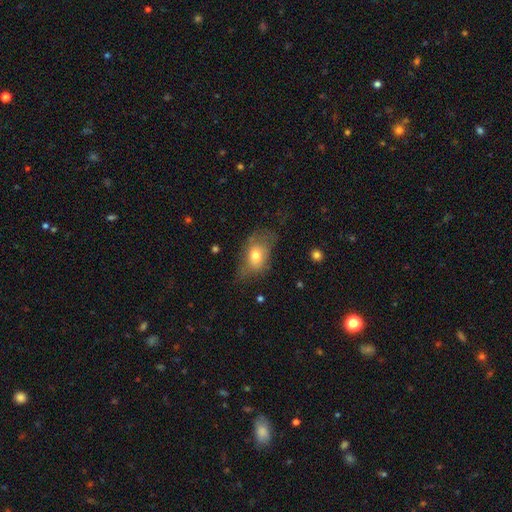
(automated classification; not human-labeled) A smooth galaxy with no disk features (68%) that is in between round and cigar-shaped (81%). Merging: none (45%).